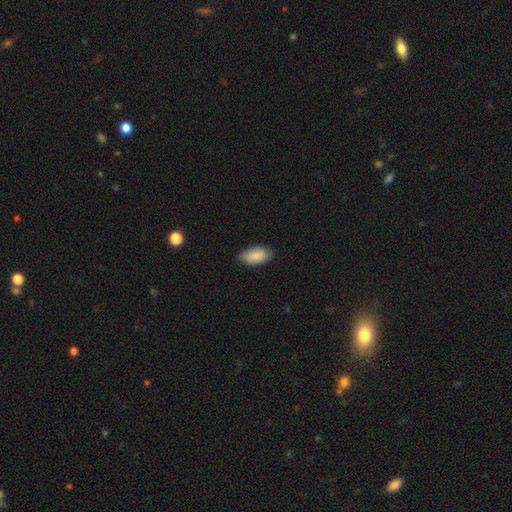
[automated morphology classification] Q: Smooth or featured?
A: smooth (88%); runner-up: star or artifact (6%)
Q: How rounded?
A: in between (94%); runner-up: cigar-shaped (3%)
Q: Merging?
A: none (80%); runner-up: minor disturbance (17%)